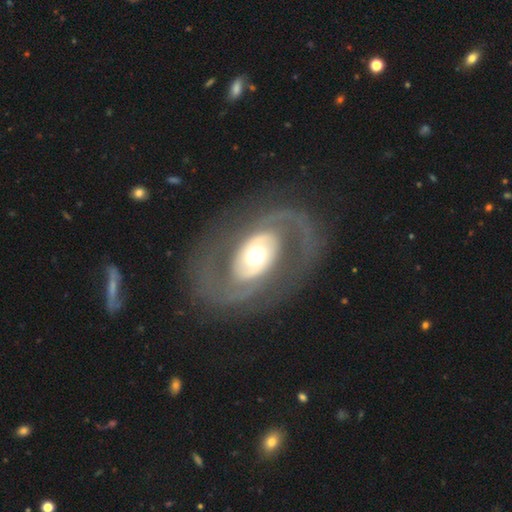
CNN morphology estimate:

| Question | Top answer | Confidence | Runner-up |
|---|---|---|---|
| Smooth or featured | featured or disk | 80% | smooth (15%) |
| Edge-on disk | no | 94% | yes (6%) |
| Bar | no | 67% | weak (20%) |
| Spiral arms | yes | 69% | no (31%) |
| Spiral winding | medium | 43% | tight (29%) |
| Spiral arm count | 2 | 80% | can't tell (10%) |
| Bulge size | moderate | 58% | large (30%) |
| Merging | none | 77% | major disturbance (11%) |